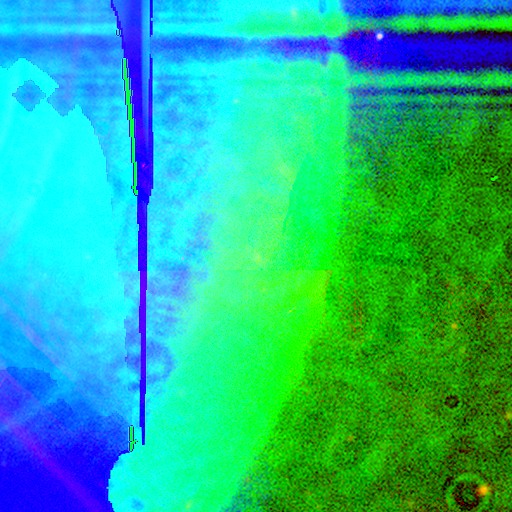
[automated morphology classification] Overall: star or artifact (82%).